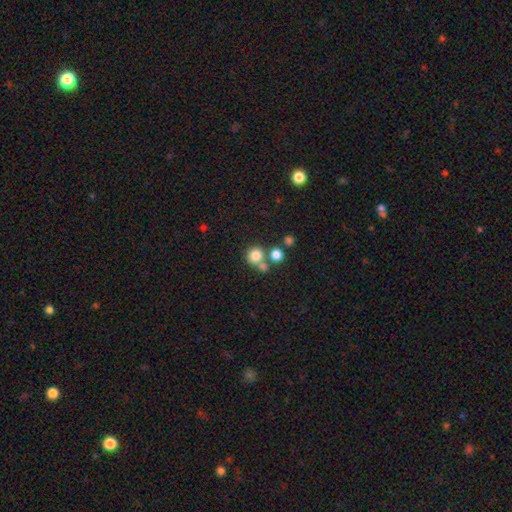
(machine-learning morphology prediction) smooth 79%, star or artifact 12%, featured or disk 9%. Down the decision tree: how rounded — round (88%); merging — none (56%).